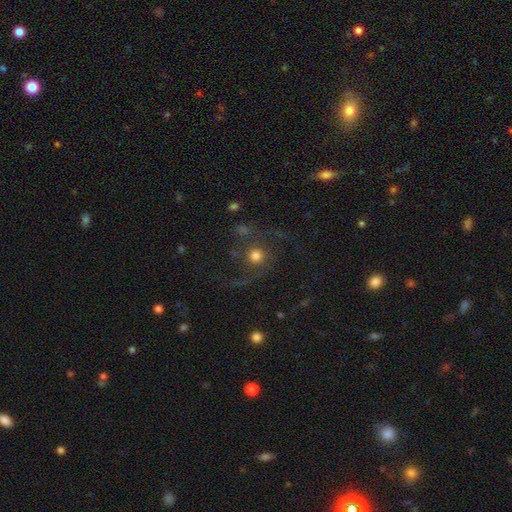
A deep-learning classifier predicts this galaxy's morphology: Q: Smooth or featured?
A: featured or disk (55%); runner-up: smooth (30%)
Q: Edge-on disk?
A: no (95%); runner-up: yes (5%)
Q: Bar?
A: no (80%); runner-up: weak (16%)
Q: Spiral arms?
A: yes (85%); runner-up: no (15%)
Q: Bulge size?
A: moderate (54%); runner-up: small (19%)
Q: Merging?
A: none (64%); runner-up: major disturbance (18%)